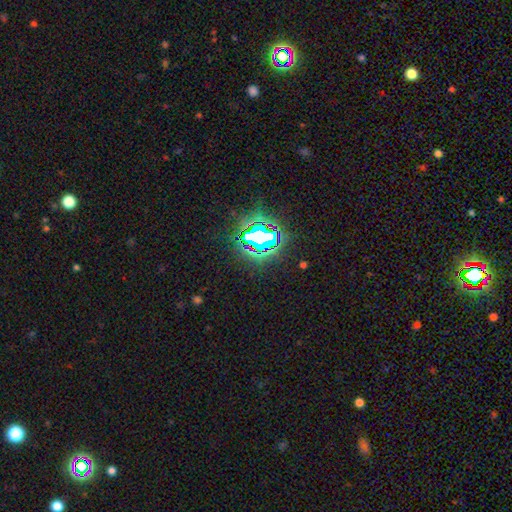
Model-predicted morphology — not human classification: Smooth or featured?
  - star or artifact: 84% *
  - smooth: 10%
  - featured or disk: 6%